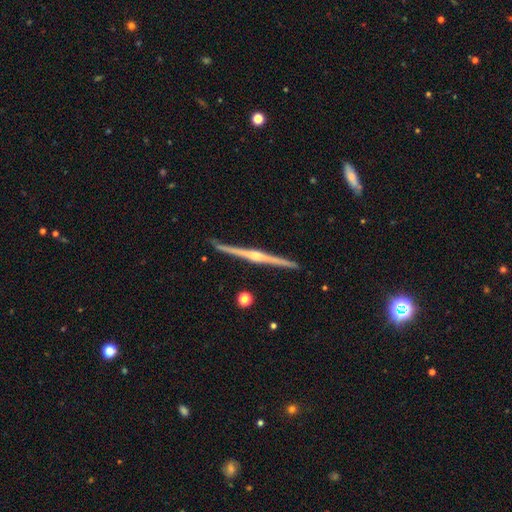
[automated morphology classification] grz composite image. It shows a featured or disk galaxy (87%) viewed edge-on (99%) with a rounded central bulge (84%). Merging: none (92%).